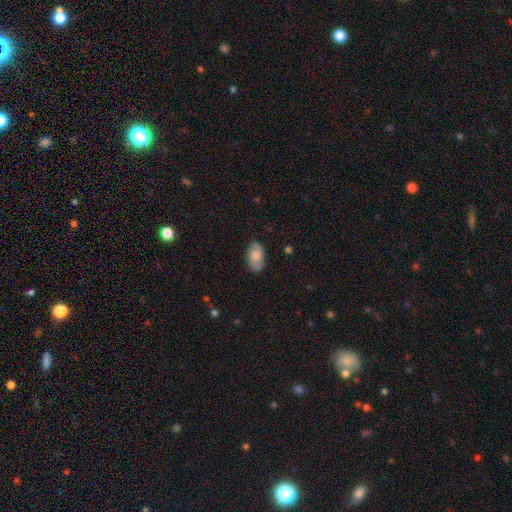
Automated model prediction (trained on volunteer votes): The model was most divided on "smooth or featured": smooth: 56%, featured or disk: 37%, star or artifact: 8%. More confident: how rounded — in between (93%); merging — none (78%).